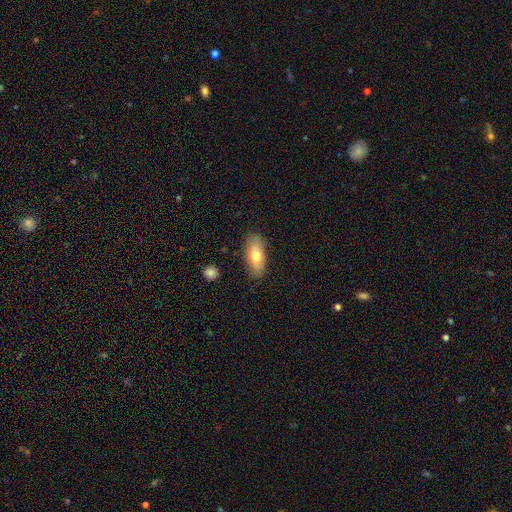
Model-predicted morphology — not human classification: Smooth or featured?
  - smooth: 71% *
  - featured or disk: 22%
  - star or artifact: 6%
How rounded?
  - in between: 82% *
  - cigar-shaped: 15%
  - round: 3%
Merging?
  - none: 83% *
  - minor disturbance: 13%
  - major disturbance: 3%
  - merger: 2%